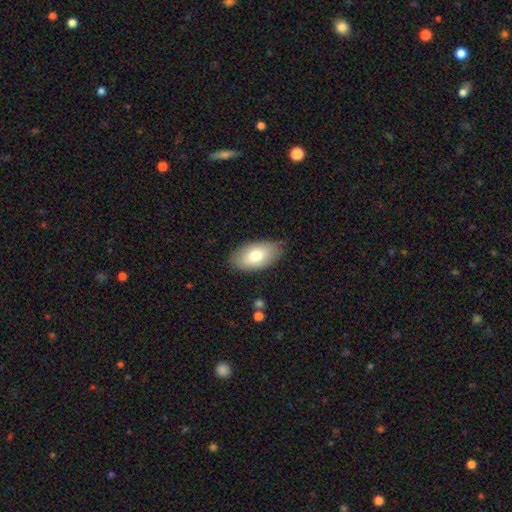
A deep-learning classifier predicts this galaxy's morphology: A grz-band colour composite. It shows a smooth galaxy with no disk features (74%) that is in between round and cigar-shaped (93%). Merging: none (78%).